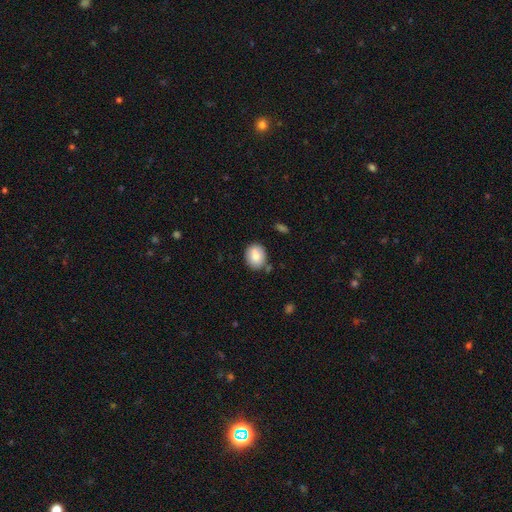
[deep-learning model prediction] This appears to be a smooth galaxy with no disk features (79%) that is round (58%). Merging: none (74%).